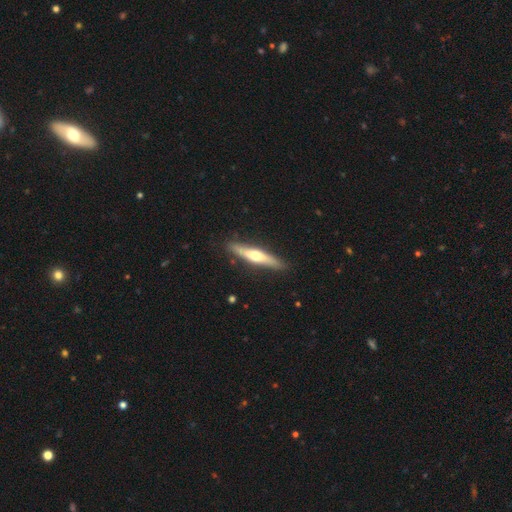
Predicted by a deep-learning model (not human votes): featured or disk 54%, smooth 41%, star or artifact 5%. Down the decision tree: edge-on disk — yes (91%); merging — none (88%).